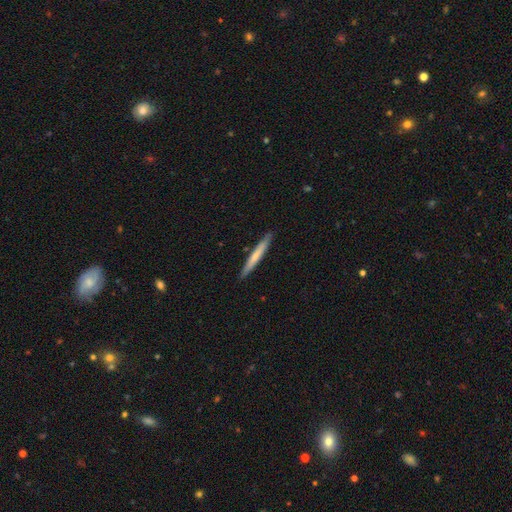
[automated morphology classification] A smooth galaxy with no disk features (63%) that is cigar-shaped (96%).

Vote fractions:
- Smooth or featured? smooth: 63% / featured or disk: 32% / star or artifact: 5%
- How rounded? cigar-shaped: 96% / in between: 3% / round: 1%
- Merging? none: 90% / minor disturbance: 8% / major disturbance: 1% / merger: 1%